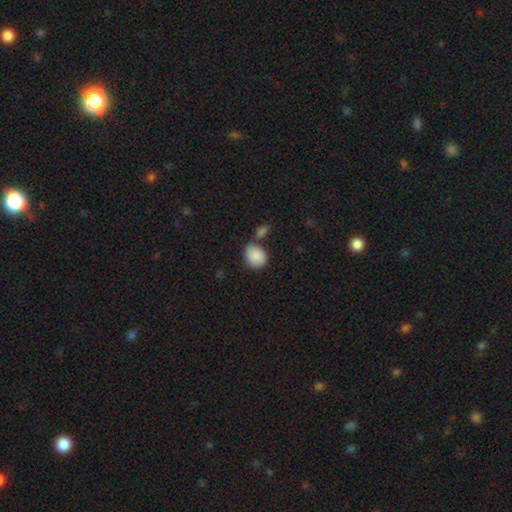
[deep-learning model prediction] Smooth or featured?
  - smooth: 88% *
  - star or artifact: 7%
  - featured or disk: 5%
How rounded?
  - round: 58% *
  - in between: 41%
  - cigar-shaped: 1%
Merging?
  - none: 60% *
  - merger: 19%
  - minor disturbance: 16%
  - major disturbance: 5%